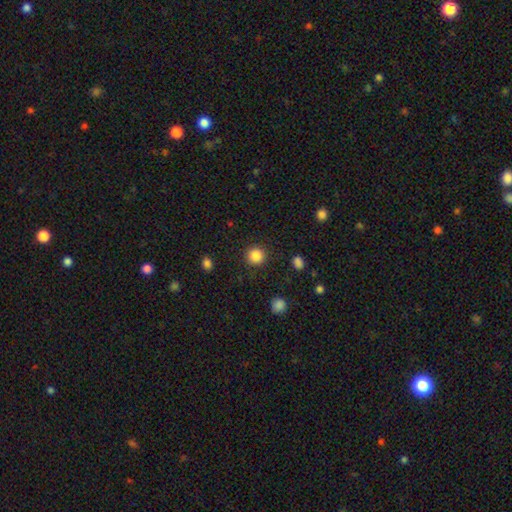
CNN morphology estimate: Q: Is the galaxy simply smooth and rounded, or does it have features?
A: smooth — 85%.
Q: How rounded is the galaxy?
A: round — 93%.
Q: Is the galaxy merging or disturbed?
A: none — 90%.